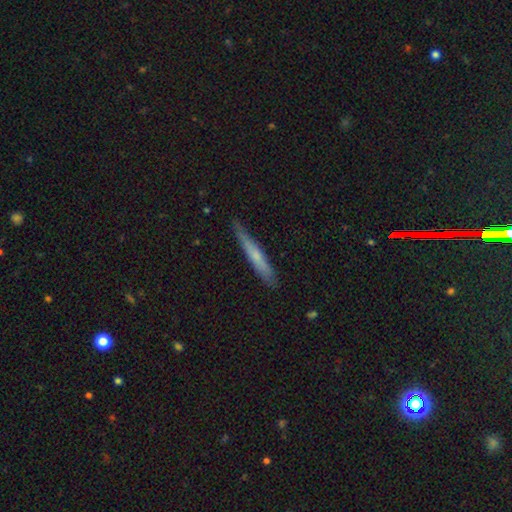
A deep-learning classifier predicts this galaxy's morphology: Smooth or featured? Predicted: smooth (p=0.56). How rounded? Predicted: cigar-shaped (p=0.95). Merging? Predicted: none (p=0.83).